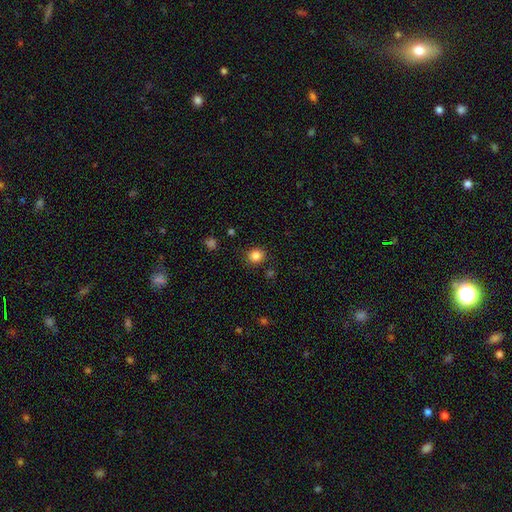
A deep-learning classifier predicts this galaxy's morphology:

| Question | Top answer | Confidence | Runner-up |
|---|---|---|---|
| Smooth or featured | smooth | 85% | star or artifact (11%) |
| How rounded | round | 80% | in between (19%) |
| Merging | none | 87% | minor disturbance (8%) |